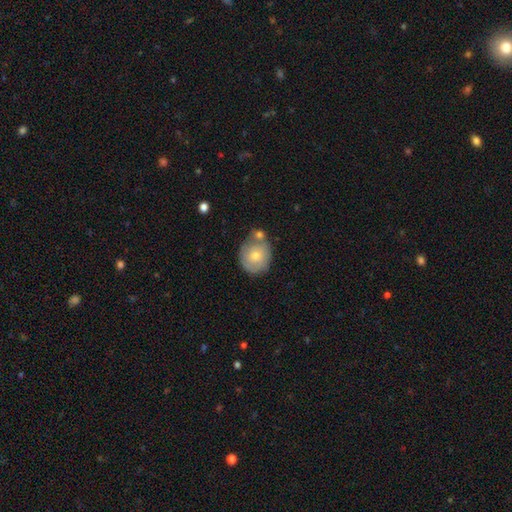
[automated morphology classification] Smooth or featured?
  - smooth: 62% *
  - featured or disk: 32%
  - star or artifact: 7%
How rounded?
  - round: 78% *
  - in between: 21%
  - cigar-shaped: 1%
Merging?
  - none: 49% *
  - merger: 24%
  - minor disturbance: 21%
  - major disturbance: 6%